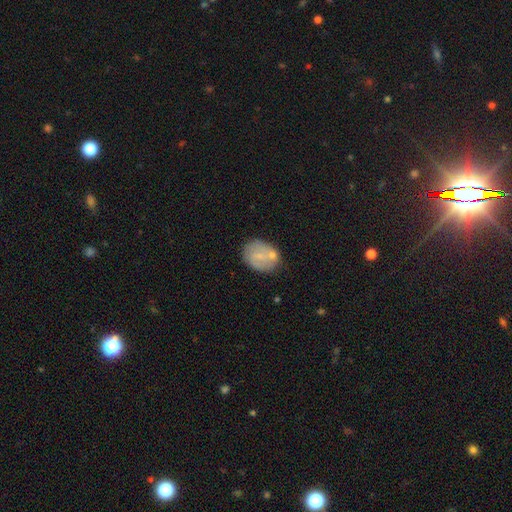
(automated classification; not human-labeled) Q: Smooth or featured?
A: smooth (56%); runner-up: featured or disk (37%)
Q: How rounded?
A: round (51%); runner-up: in between (48%)
Q: Merging?
A: none (61%); runner-up: minor disturbance (19%)